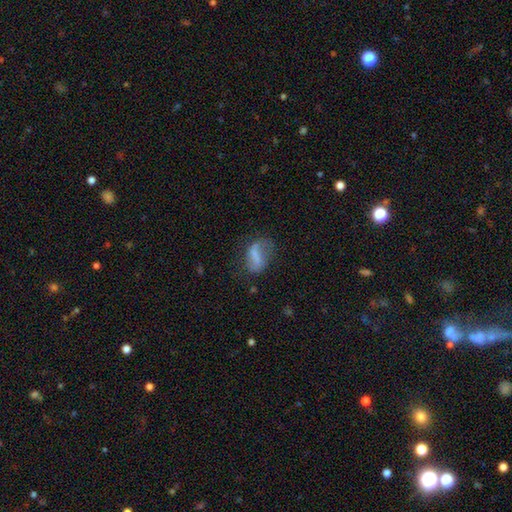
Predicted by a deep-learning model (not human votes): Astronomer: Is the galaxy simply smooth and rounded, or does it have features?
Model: smooth — 46% (runner-up: featured or disk, 44%).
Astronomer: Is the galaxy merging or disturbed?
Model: none — 48% (runner-up: minor disturbance, 26%).